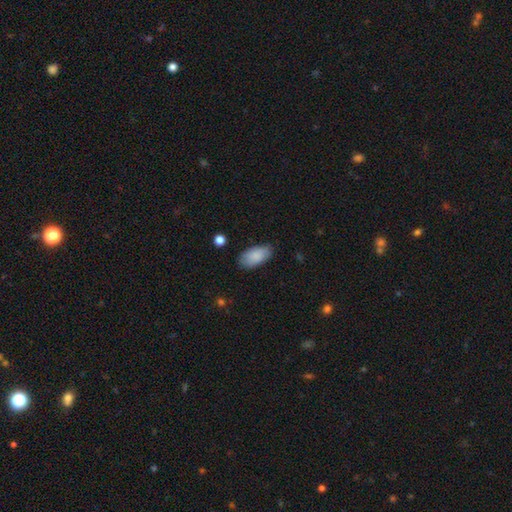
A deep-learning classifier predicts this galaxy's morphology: type=smooth (88%); roundness=in between (94%); merging=none (81%).